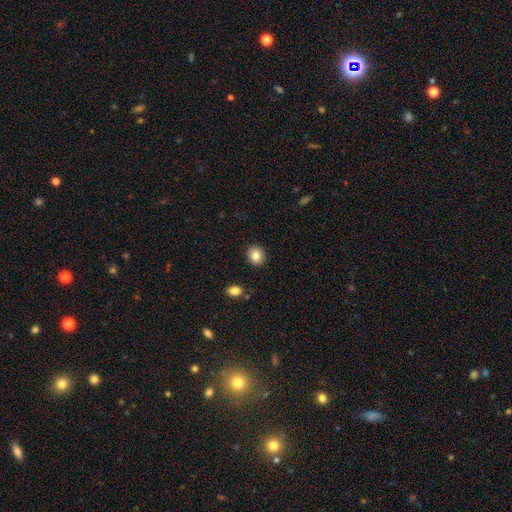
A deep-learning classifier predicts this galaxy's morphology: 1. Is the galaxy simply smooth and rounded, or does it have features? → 84% smooth, 9% star or artifact, 7% featured or disk.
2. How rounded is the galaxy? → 67% round, 32% in between, 1% cigar-shaped.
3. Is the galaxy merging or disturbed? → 90% none, 6% minor disturbance, 2% major disturbance, 2% merger.